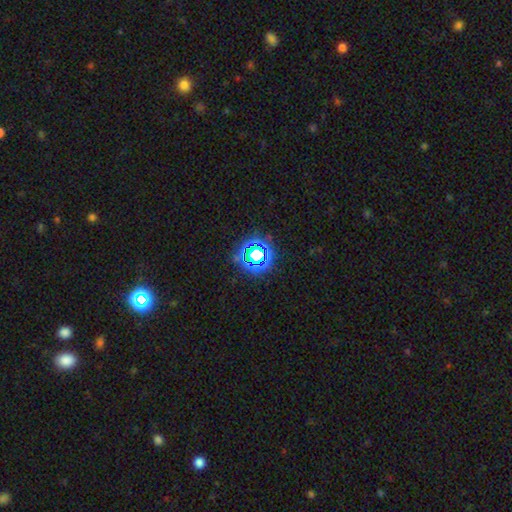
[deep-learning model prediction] Smooth or featured? star or artifact (69%)